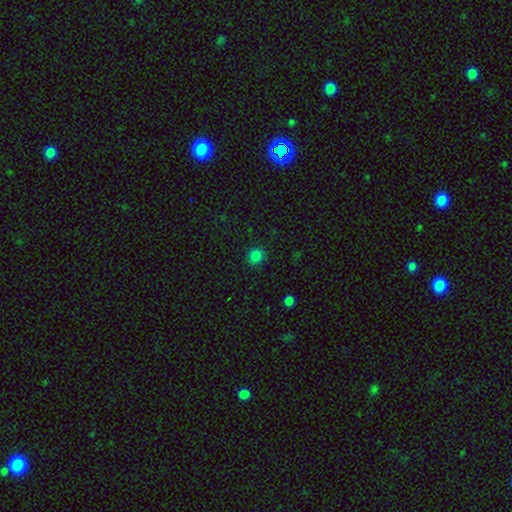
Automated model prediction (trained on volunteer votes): This is clearly a smooth galaxy (82%). How rounded: clearly round (87%). Merging: clearly none (89%).